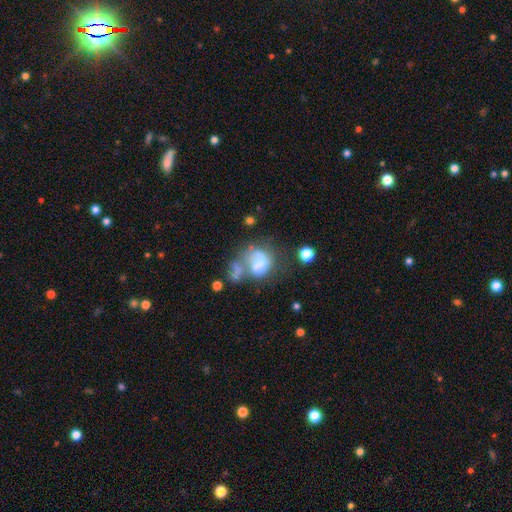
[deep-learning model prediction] smooth-or-featured: smooth: 46% | featured or disk: 43% | star or artifact: 12%
  merging: merger: 41% | major disturbance: 31% | none: 17% | minor disturbance: 11%